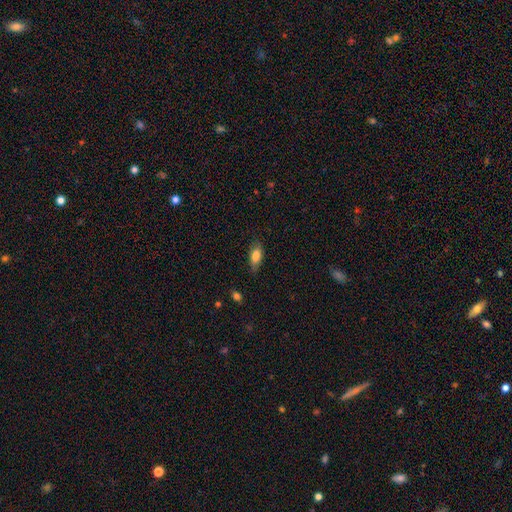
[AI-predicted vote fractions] Smooth or featured? Predicted: smooth (p=0.78). How rounded? Predicted: in between (p=0.82). Merging? Predicted: none (p=0.76).